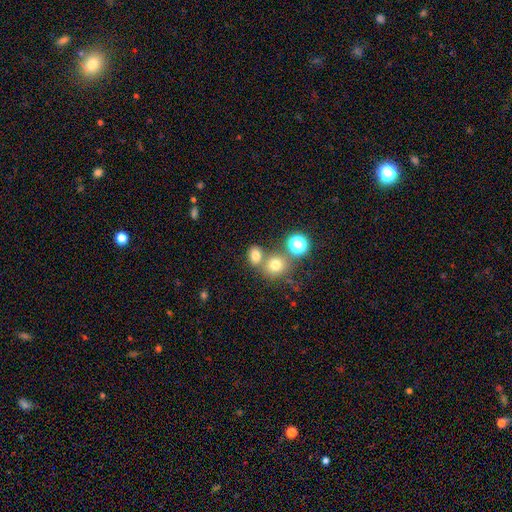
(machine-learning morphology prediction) Smooth or featured? smooth (74%)
How rounded? round (55%)
Merging? none (54%)